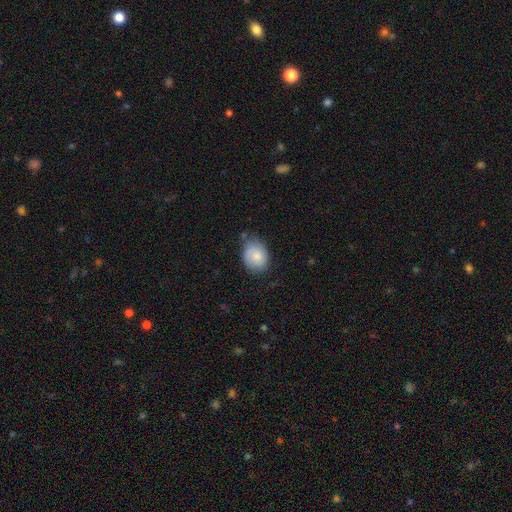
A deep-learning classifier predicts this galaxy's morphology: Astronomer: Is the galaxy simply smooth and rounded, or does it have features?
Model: smooth — 80%.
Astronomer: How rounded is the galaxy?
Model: in between — 55% (runner-up: round, 44%).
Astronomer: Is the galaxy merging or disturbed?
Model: none — 65%.